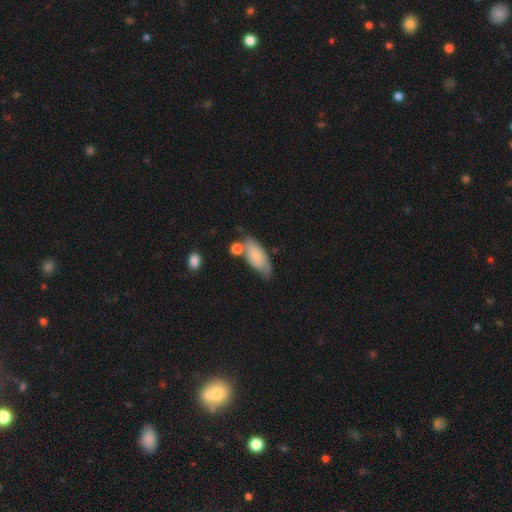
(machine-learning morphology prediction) Q: Smooth or featured?
A: smooth (71%); runner-up: featured or disk (23%)
Q: How rounded?
A: in between (82%); runner-up: cigar-shaped (15%)
Q: Merging?
A: none (55%); runner-up: minor disturbance (25%)